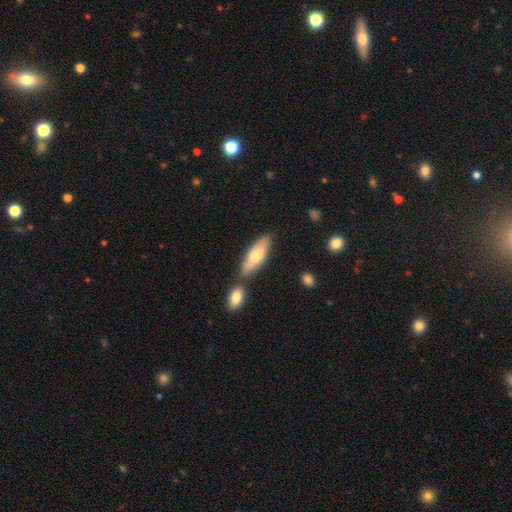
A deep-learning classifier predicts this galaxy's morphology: A smooth galaxy with no disk features (64%) that is in between round and cigar-shaped (60%). Merging: none (62%).